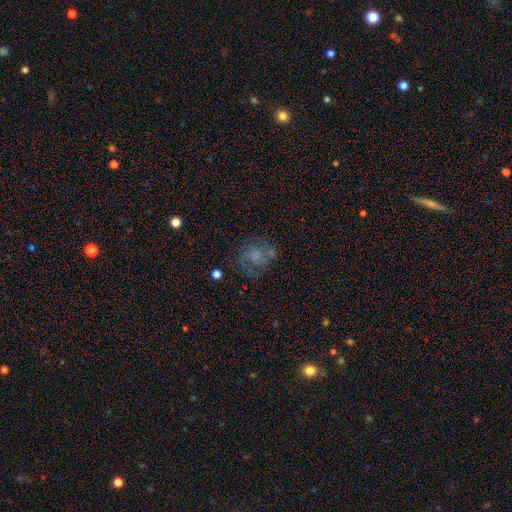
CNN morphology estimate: Smooth or featured?
  - featured or disk: 51% *
  - smooth: 36%
  - star or artifact: 13%
Edge-on disk?
  - no: 97% *
  - yes: 3%
Merging?
  - none: 61% *
  - minor disturbance: 19%
  - major disturbance: 15%
  - merger: 5%